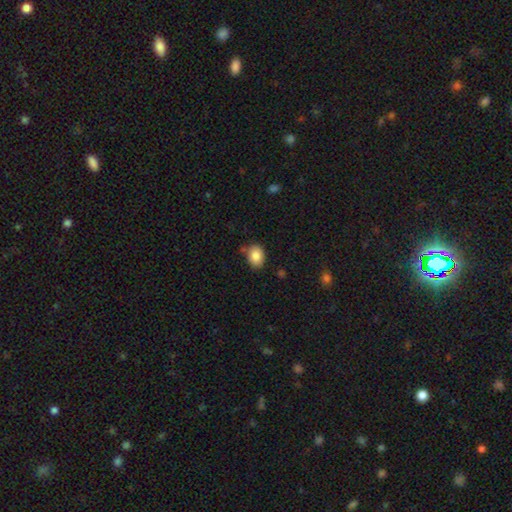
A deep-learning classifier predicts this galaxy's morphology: A smooth galaxy with no disk features (86%) that is in between round and cigar-shaped (66%). Merging: none (77%).